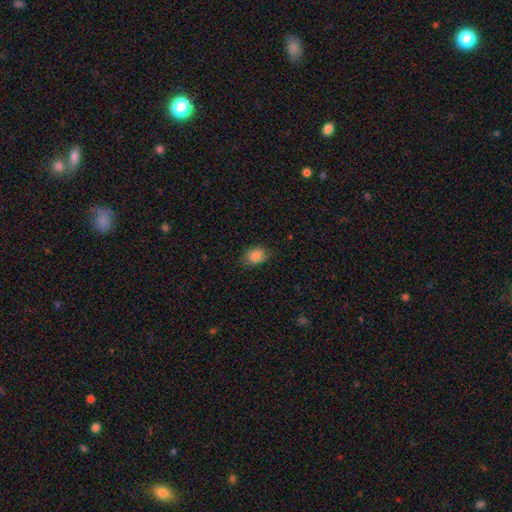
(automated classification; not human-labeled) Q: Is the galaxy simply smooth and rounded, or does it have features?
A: smooth — 86%.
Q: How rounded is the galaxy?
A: in between — 67%.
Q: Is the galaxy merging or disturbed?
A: none — 75%.